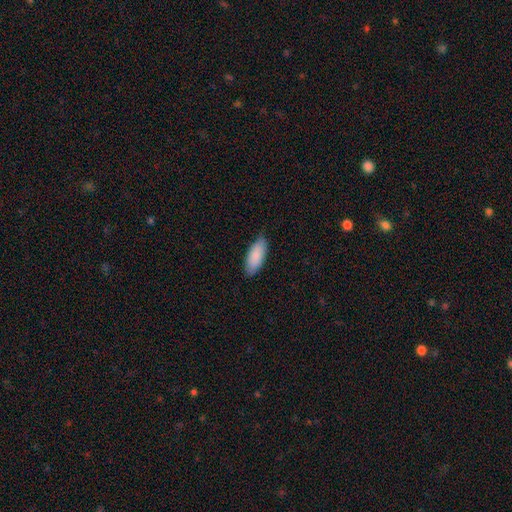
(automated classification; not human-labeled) Q: Smooth or featured?
A: smooth (89%); runner-up: featured or disk (6%)
Q: How rounded?
A: in between (82%); runner-up: cigar-shaped (17%)
Q: Merging?
A: none (83%); runner-up: minor disturbance (14%)